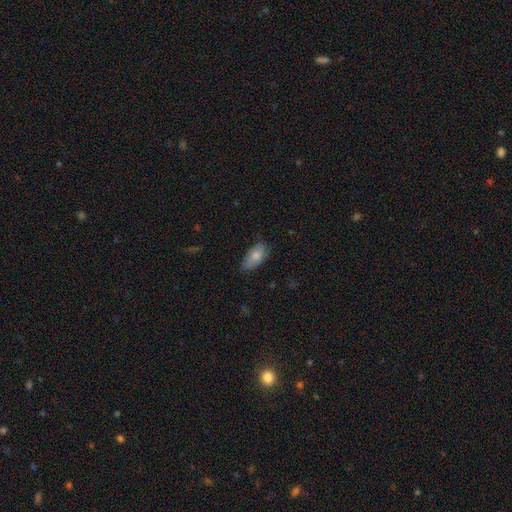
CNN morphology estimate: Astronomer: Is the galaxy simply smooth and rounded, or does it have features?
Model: smooth — 79%.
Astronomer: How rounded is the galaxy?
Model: in between — 91%.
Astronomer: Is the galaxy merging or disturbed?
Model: none — 66%.